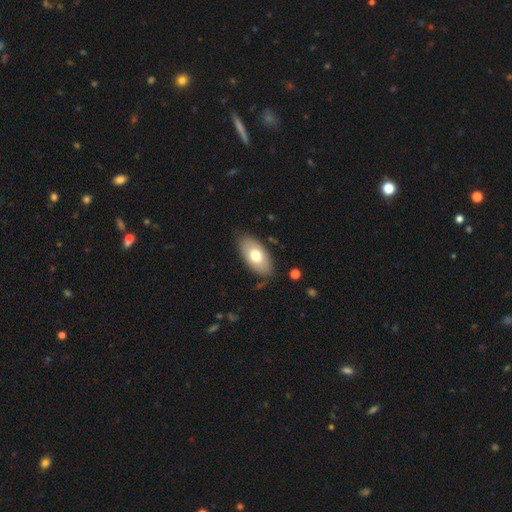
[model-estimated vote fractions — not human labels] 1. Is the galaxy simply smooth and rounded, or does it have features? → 69% smooth, 25% featured or disk, 6% star or artifact.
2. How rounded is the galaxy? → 94% in between, 3% round, 3% cigar-shaped.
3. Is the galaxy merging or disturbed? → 82% none, 13% minor disturbance, 3% major disturbance, 2% merger.